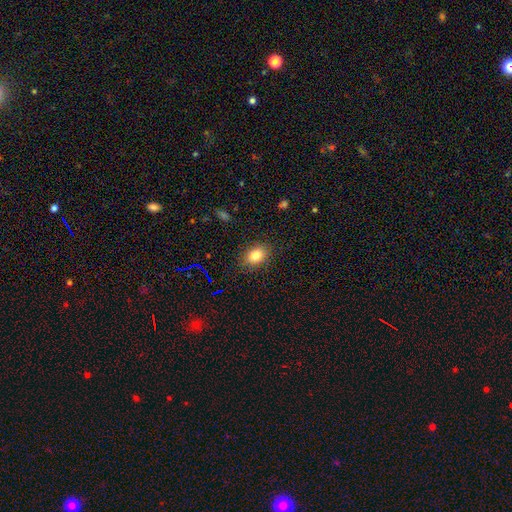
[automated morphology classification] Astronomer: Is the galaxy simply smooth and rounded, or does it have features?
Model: smooth — 81%.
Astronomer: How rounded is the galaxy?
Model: in between — 73%.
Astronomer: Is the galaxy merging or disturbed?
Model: none — 86%.